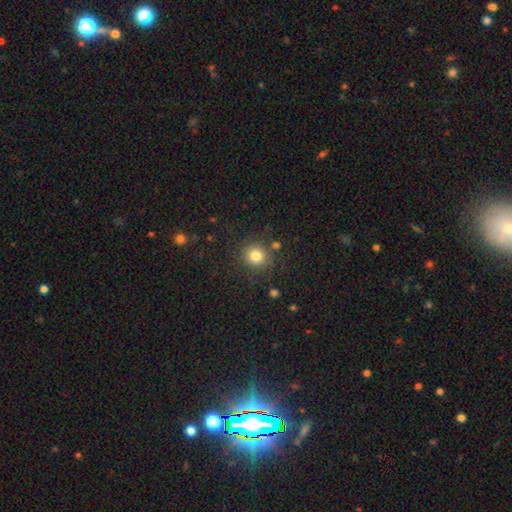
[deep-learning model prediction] Morphology: type=smooth (81%); roundness=round (90%); merging=none (84%).